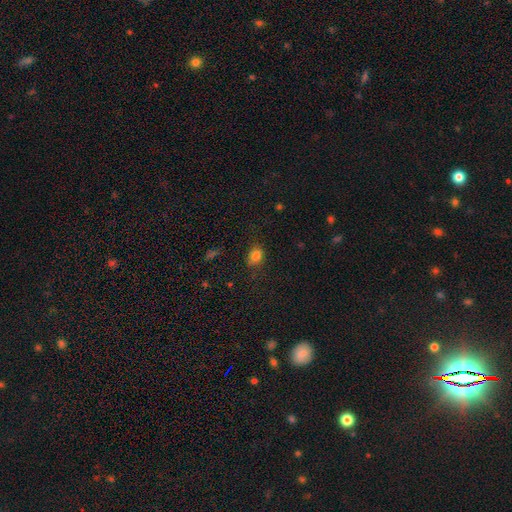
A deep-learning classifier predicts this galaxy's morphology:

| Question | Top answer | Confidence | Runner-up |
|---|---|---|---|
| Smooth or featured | smooth | 81% | star or artifact (14%) |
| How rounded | round | 55% | in between (44%) |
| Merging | none | 74% | minor disturbance (18%) |